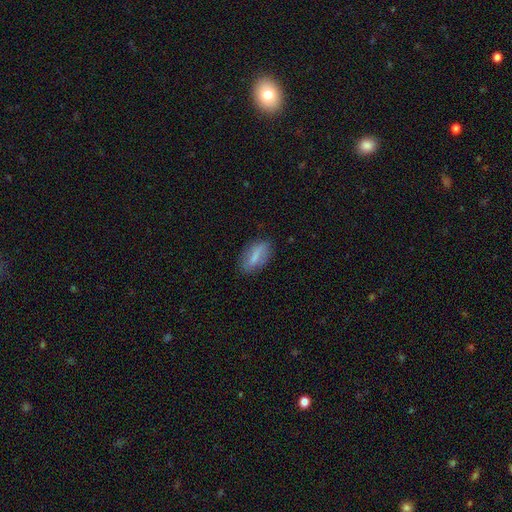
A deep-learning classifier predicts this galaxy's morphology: A smooth galaxy with no disk features (67%) that is in between round and cigar-shaped (80%). Merging: none (77%).